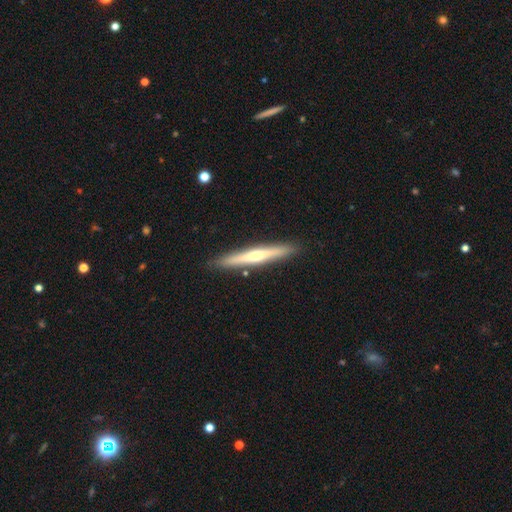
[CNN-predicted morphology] Smooth or featured: featured or disk — 60% (smooth — 35%)
Edge-on disk: yes — 96% (no — 4%)
Edge-on bulge: rounded — 78% (none — 18%)
Merging: none — 90% (minor disturbance — 7%)